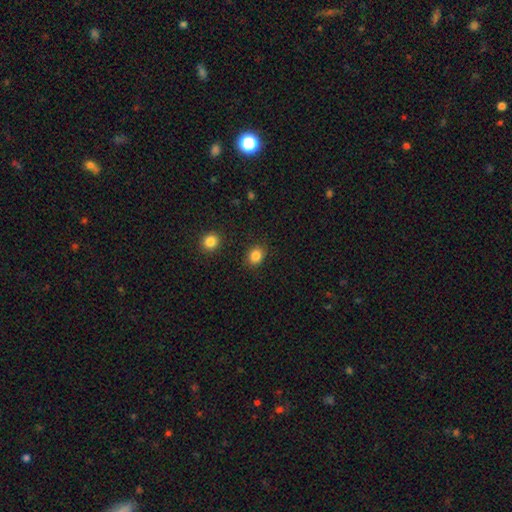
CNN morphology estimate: smooth 85%, star or artifact 10%, featured or disk 4%. Down the decision tree: how rounded — round (61%); merging — none (87%).